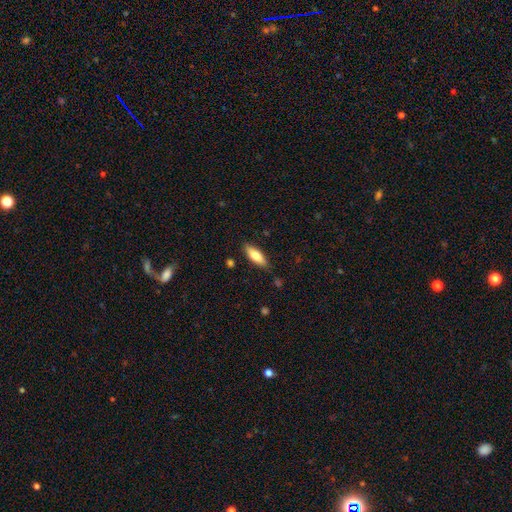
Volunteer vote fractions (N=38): smooth 79%, featured or disk 13%, star or artifact 8%. Down the decision tree: how rounded — in between (63%); merging — none (80%).